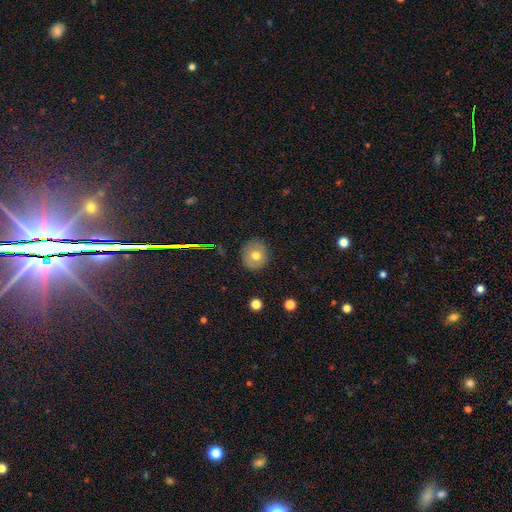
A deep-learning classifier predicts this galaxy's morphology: Smooth or featured? smooth (68%)
How rounded? round (82%)
Merging? none (85%)